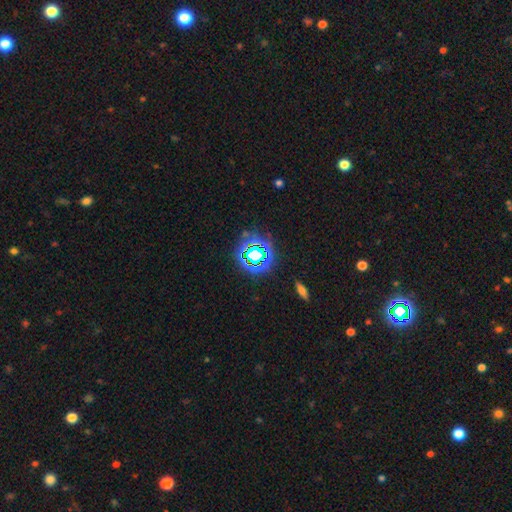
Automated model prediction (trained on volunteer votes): A star or artifact, not a galaxy (66%).

Vote fractions:
- Smooth or featured? star or artifact: 66% / smooth: 21% / featured or disk: 12%